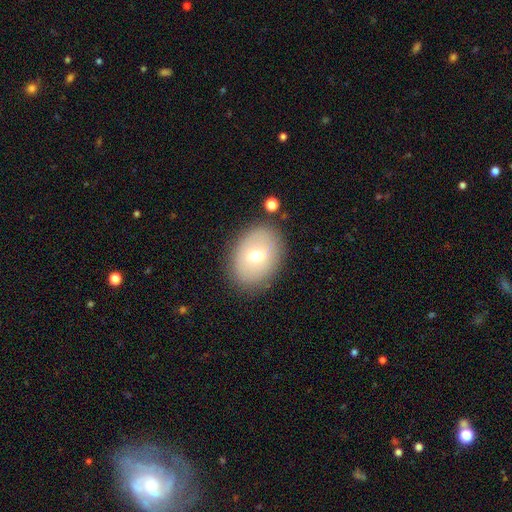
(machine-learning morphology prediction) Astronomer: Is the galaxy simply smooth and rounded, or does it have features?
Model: smooth — 65%.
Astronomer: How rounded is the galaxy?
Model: in between — 70%.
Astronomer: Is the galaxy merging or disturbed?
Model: none — 83%.